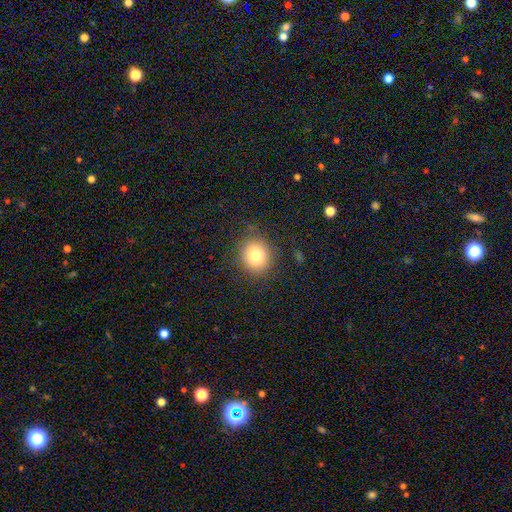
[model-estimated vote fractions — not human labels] Overall: smooth (78%). How rounded: round (82%). Merging: none (84%).